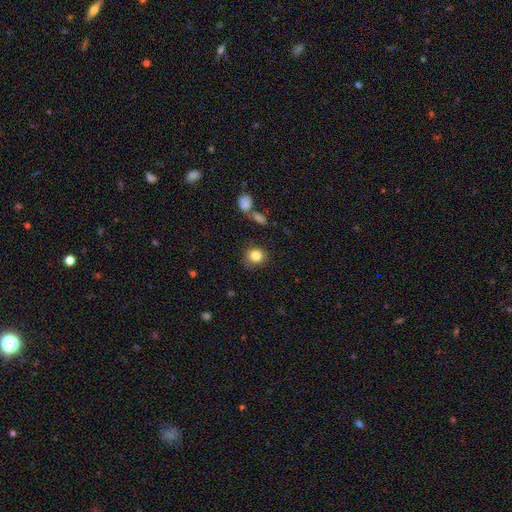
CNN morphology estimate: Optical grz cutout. It shows a smooth galaxy with no disk features (83%) that is round (84%). Merging: none (79%).